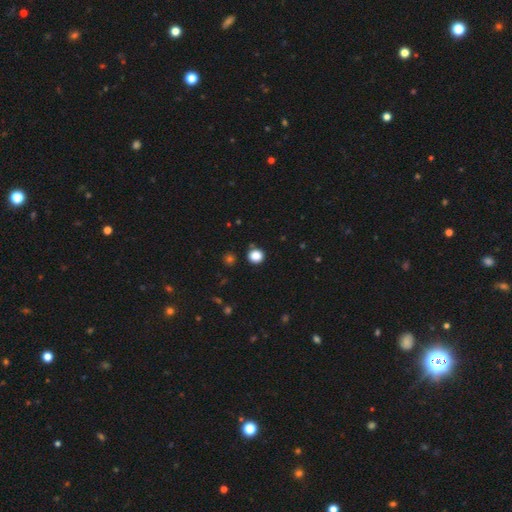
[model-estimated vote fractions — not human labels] Smooth or featured? smooth (85%)
How rounded? round (89%)
Merging? none (88%)